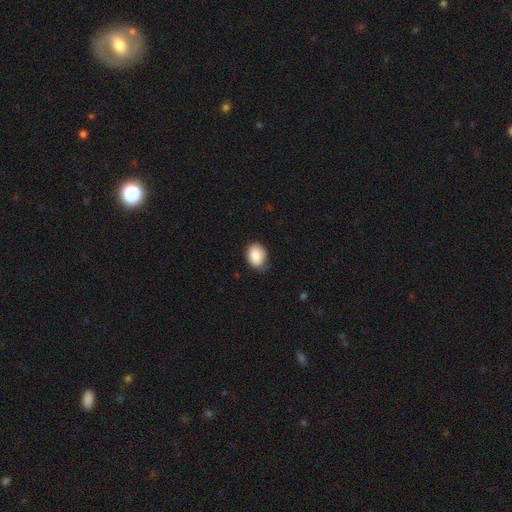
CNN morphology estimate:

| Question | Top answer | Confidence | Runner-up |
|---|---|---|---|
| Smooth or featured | smooth | 87% | star or artifact (7%) |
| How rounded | in between | 67% | round (32%) |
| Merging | none | 59% | minor disturbance (33%) |